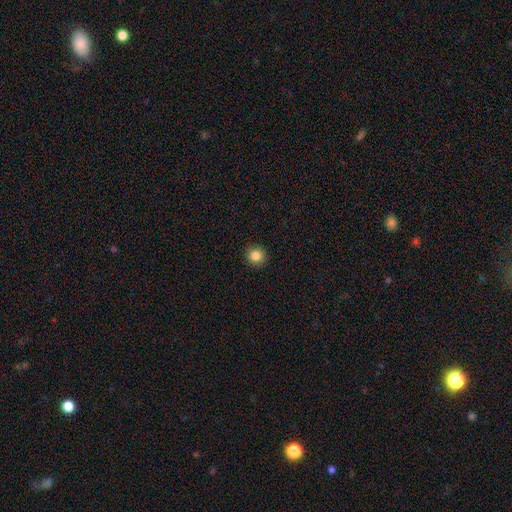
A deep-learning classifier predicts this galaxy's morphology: Smooth or featured: smooth — 84% (star or artifact — 10%)
How rounded: round — 93% (in between — 6%)
Merging: none — 92% (minor disturbance — 5%)